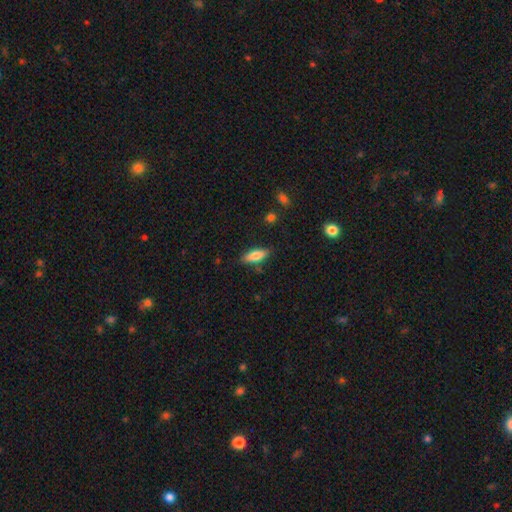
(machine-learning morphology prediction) This is likely a smooth galaxy (75%). How rounded: likely in between (61%). Merging: clearly none (80%).